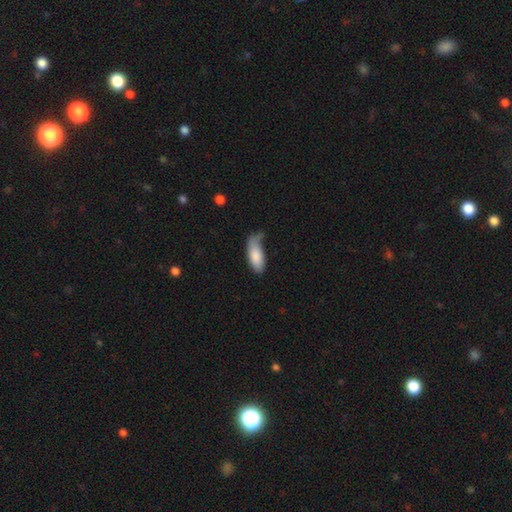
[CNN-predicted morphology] This appears to be a smooth galaxy with no disk features (84%) that is in between round and cigar-shaped (81%). Merging: minor disturbance (39%).